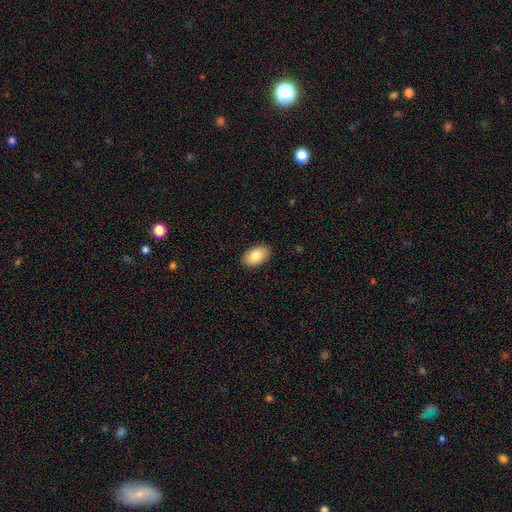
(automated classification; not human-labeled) The model was most divided on "smooth or featured": smooth: 84%, featured or disk: 9%, star or artifact: 6%. More confident: how rounded — in between (93%); merging — none (89%).